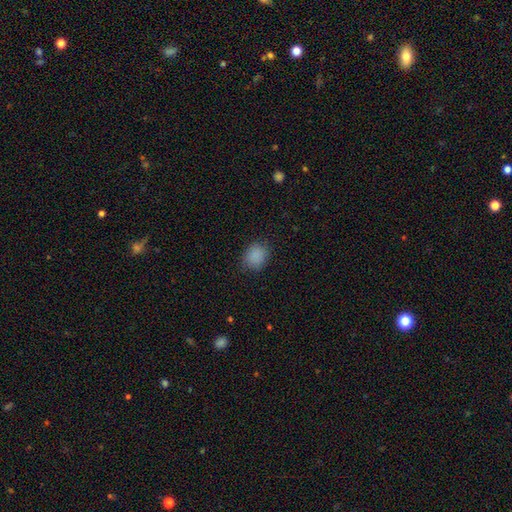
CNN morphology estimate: smooth 86%, star or artifact 10%, featured or disk 4%. Down the decision tree: how rounded — round (57%); merging — none (81%).